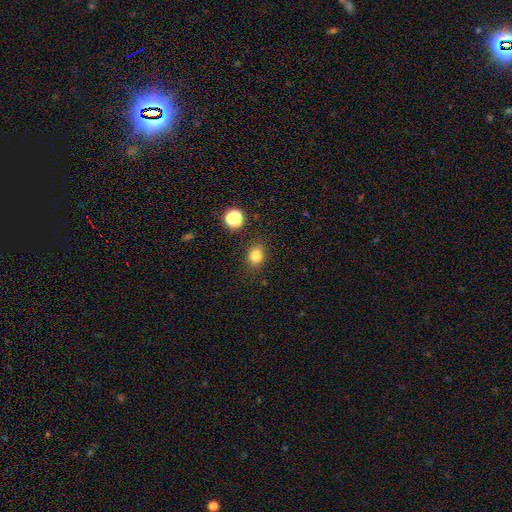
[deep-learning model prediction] Morphology: type=smooth (81%); roundness=in between (52%); merging=none (81%).